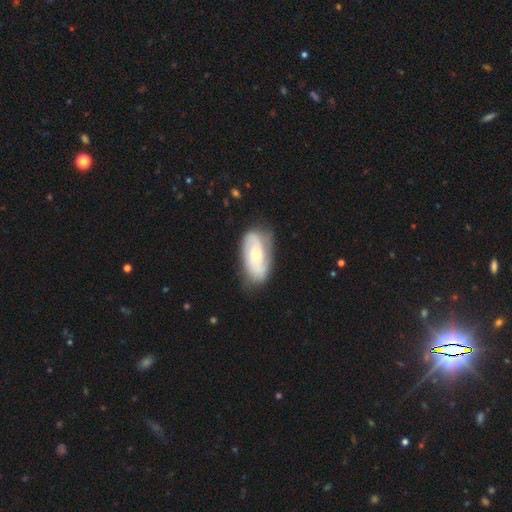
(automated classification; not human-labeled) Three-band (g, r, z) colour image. It shows a featured or disk galaxy (67%) with no bar (71%), 2 (63%) tight (44%) spiral arms (85%) and a small central bulge (58%). Merging: none (70%).